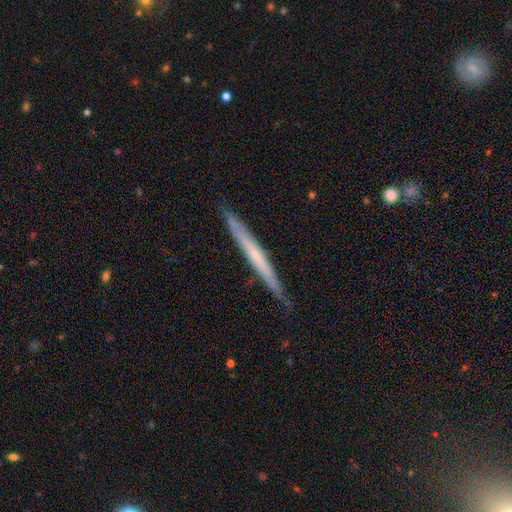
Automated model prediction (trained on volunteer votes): Morphology: type=featured or disk (54%); edge-on=yes (95%); edge-on bulge=none (77%); merging=none (86%).